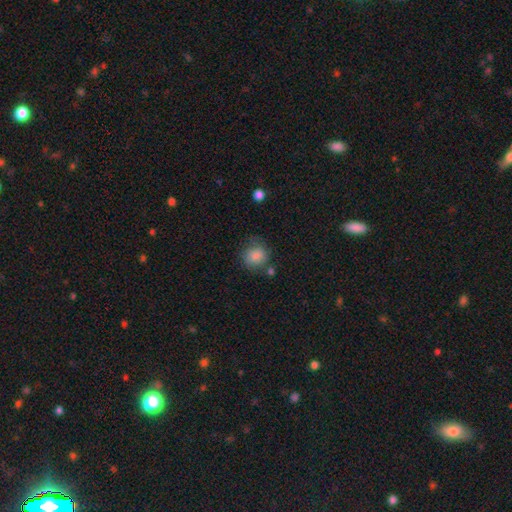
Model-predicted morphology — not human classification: smooth-or-featured: smooth: 83% | featured or disk: 9% | star or artifact: 8%
  how-rounded: round: 83% | in between: 16% | cigar-shaped: 1%
  merging: none: 65% | minor disturbance: 21% | major disturbance: 8% | merger: 7%